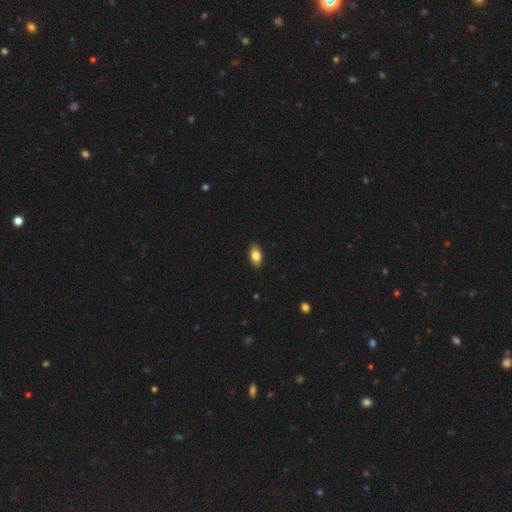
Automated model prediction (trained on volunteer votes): This appears to be a smooth galaxy with no disk features (81%) that is in between round and cigar-shaped (90%). Merging: none (89%).